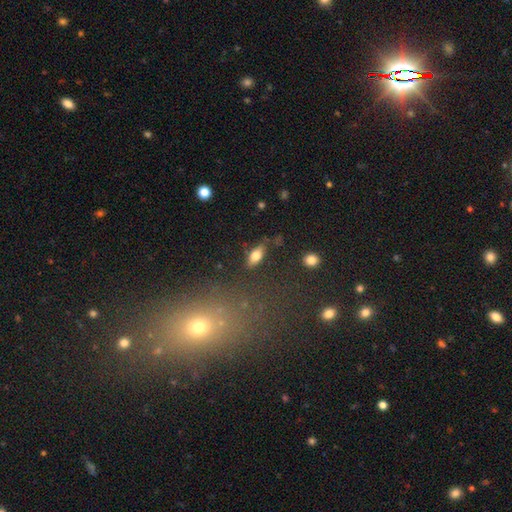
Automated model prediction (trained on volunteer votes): Overall: smooth (74%). How rounded: in between (85%). Merging: none (78%).